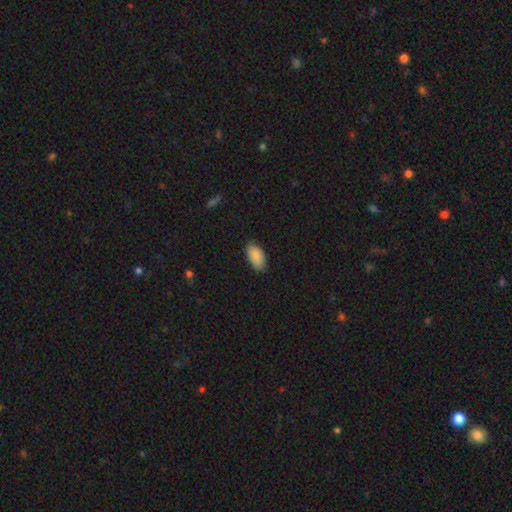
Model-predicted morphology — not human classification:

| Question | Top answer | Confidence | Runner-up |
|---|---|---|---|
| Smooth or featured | smooth | 88% | star or artifact (7%) |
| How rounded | in between | 94% | round (3%) |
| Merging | none | 83% | minor disturbance (14%) |